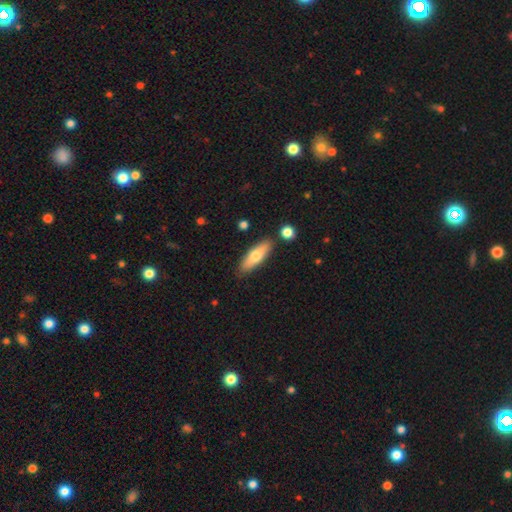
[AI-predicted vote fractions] This is likely a smooth galaxy (65%). How rounded: possibly in between (49%). Merging: clearly none (84%).